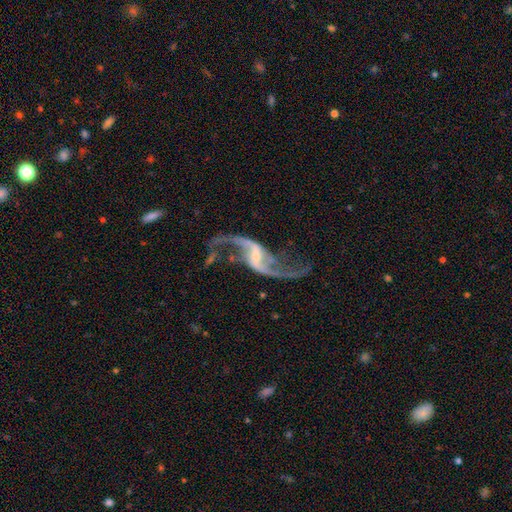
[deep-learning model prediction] This is clearly a featured or disk galaxy (92%). It is clearly not viewed edge-on (96%). Bar: marginally weak (42%). Spiral arm pattern: clearly yes (97%). Spiral arm count: clearly 2 (94%). Spiral winding: clearly loose (90%). Central bulge: possibly small (60%). Merging: likely none (71%).